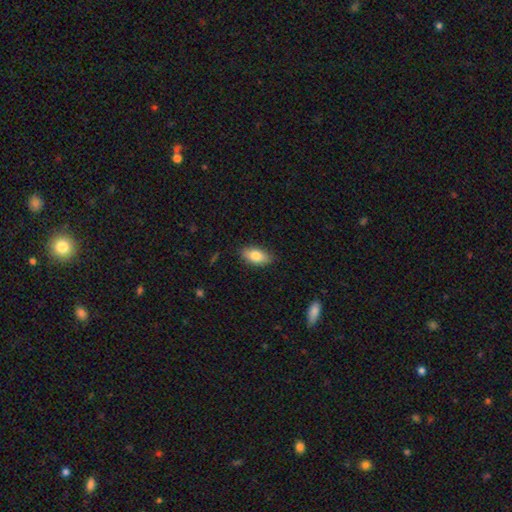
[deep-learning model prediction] This is clearly a smooth galaxy (81%). How rounded: clearly in between (91%). Merging: clearly none (86%).